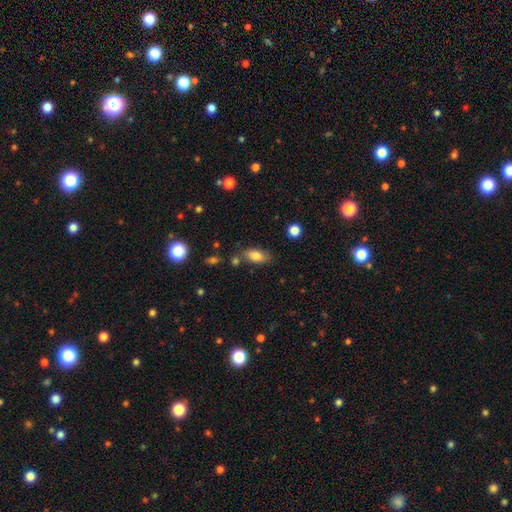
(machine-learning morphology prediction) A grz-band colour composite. It shows a smooth galaxy with no disk features (80%) that is in between round and cigar-shaped (86%). Merging: none (74%).